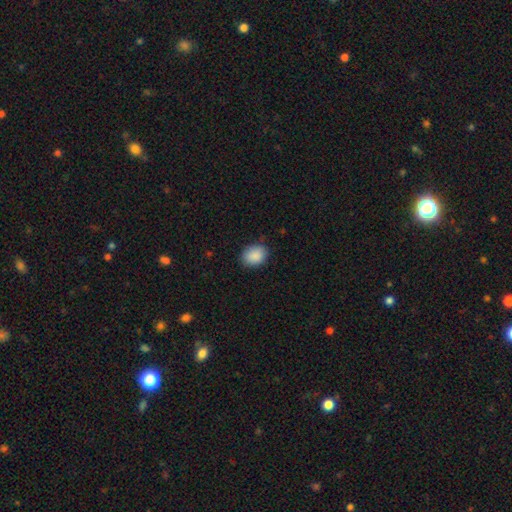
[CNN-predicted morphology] A smooth galaxy with no disk features (89%) that is in between round and cigar-shaped (59%). Merging: none (84%).